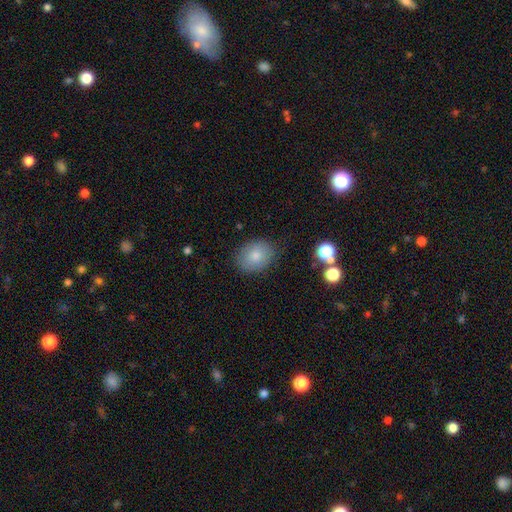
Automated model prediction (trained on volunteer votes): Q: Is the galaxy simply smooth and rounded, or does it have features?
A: smooth — 81%.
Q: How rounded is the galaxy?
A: in between — 60%.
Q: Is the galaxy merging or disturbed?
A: none — 81%.